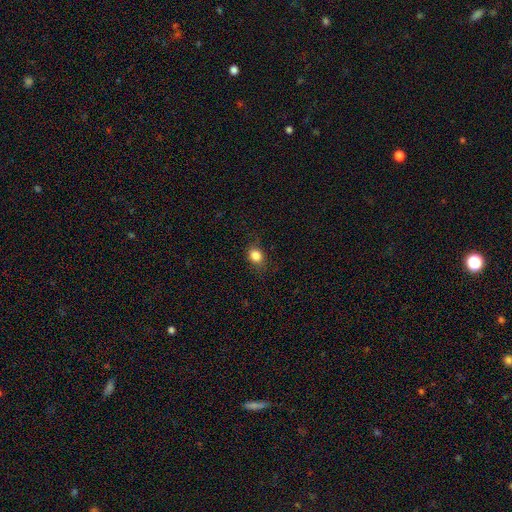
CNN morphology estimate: Smooth or featured?
  - smooth: 84% *
  - star or artifact: 10%
  - featured or disk: 5%
How rounded?
  - round: 56% *
  - in between: 43%
  - cigar-shaped: 1%
Merging?
  - none: 79% *
  - minor disturbance: 15%
  - major disturbance: 5%
  - merger: 1%